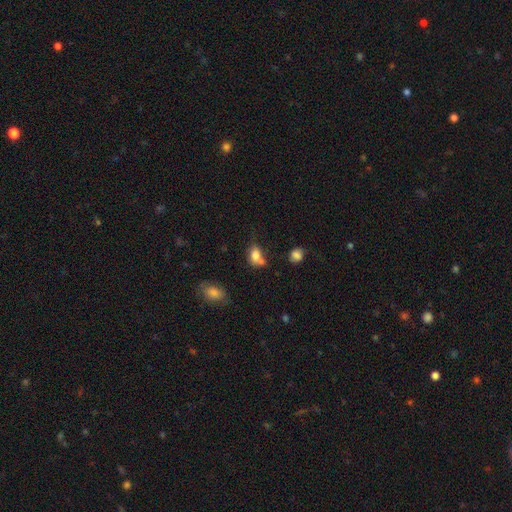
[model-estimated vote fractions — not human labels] This appears to be a smooth galaxy with no disk features (79%) that is in between round and cigar-shaped (72%). Merging: none (36%).